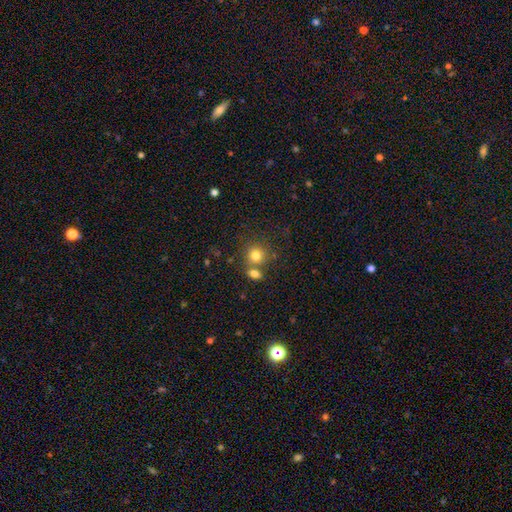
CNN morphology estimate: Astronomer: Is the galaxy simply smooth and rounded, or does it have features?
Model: smooth — 80%.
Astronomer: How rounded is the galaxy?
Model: round — 85%.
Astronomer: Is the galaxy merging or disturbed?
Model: none — 59%.